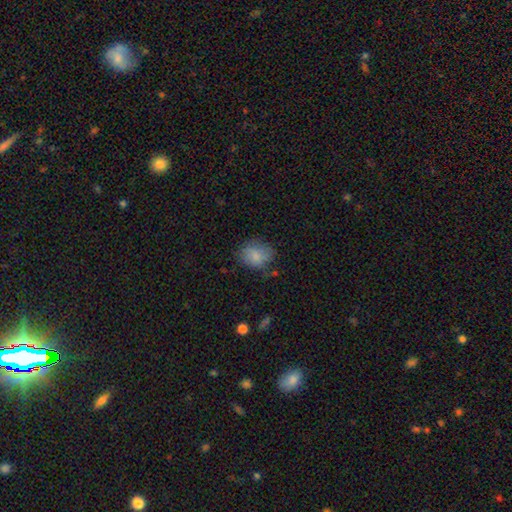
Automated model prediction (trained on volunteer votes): Smooth or featured: smooth — 83% (featured or disk — 9%)
How rounded: round — 57% (in between — 42%)
Merging: none — 66% (minor disturbance — 24%)